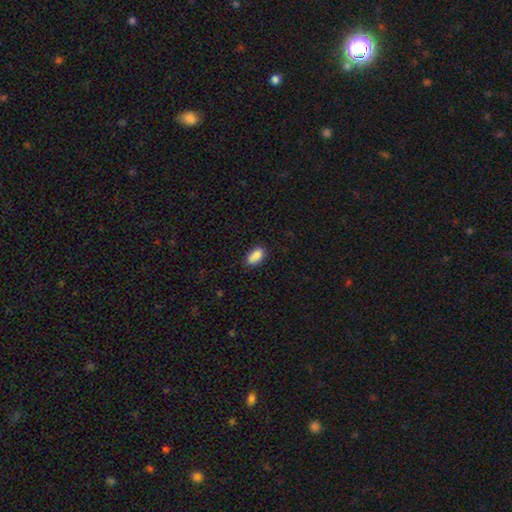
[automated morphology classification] The model was most divided on "merging": none: 79%, minor disturbance: 17%, major disturbance: 3%, merger: 1%. More confident: how rounded — in between (91%); smooth or featured — smooth (88%).